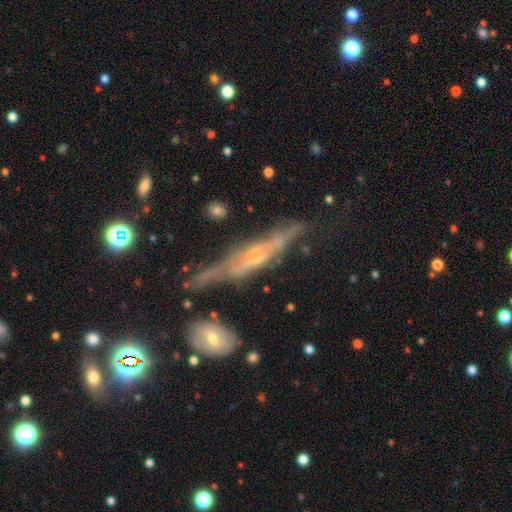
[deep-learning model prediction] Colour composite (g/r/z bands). It shows a featured or disk galaxy (73%) viewed edge-on (84%) with a rounded central bulge (51%). Merging: none (59%).